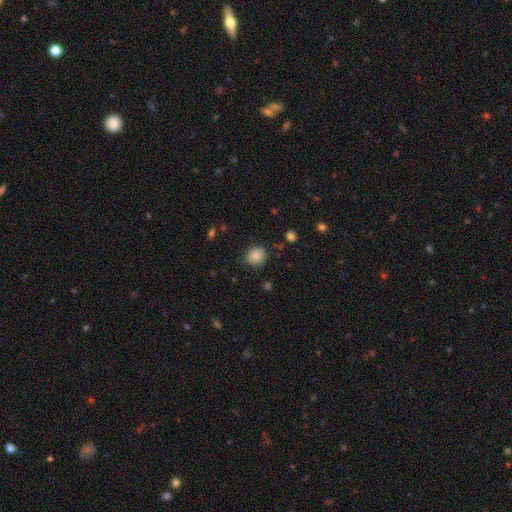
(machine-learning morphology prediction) This appears to be a smooth galaxy with no disk features (86%) that is round (80%). Merging: none (83%).